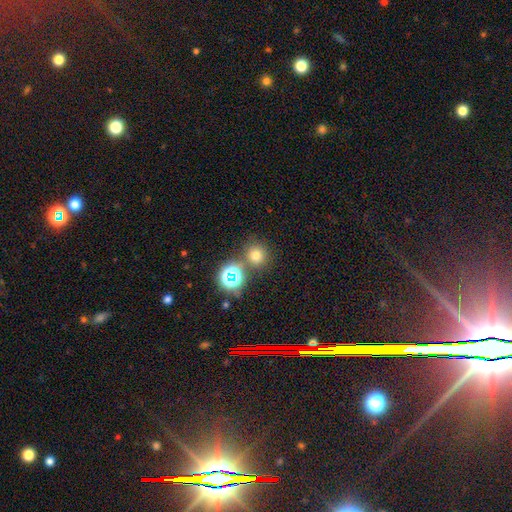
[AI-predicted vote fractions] This is likely a smooth galaxy (68%). How rounded: clearly round (90%). Merging: likely none (74%).